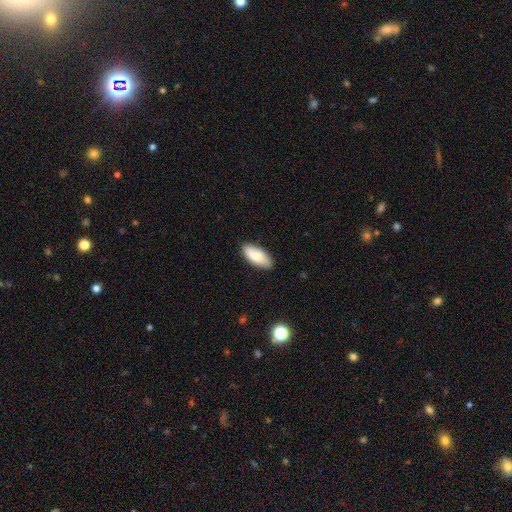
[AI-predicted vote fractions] Smooth or featured?
  - smooth: 78% *
  - featured or disk: 15%
  - star or artifact: 6%
How rounded?
  - in between: 88% *
  - cigar-shaped: 10%
  - round: 2%
Merging?
  - none: 82% *
  - minor disturbance: 14%
  - major disturbance: 2%
  - merger: 1%